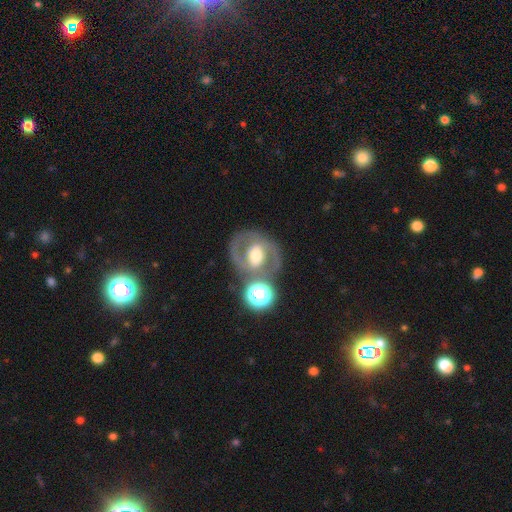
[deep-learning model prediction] featured or disk 69%, smooth 22%, star or artifact 8%. Down the decision tree: edge-on disk — no (96%); bar — no (41%); spiral arms — yes (71%); bulge size — moderate (59%); merging — none (63%).